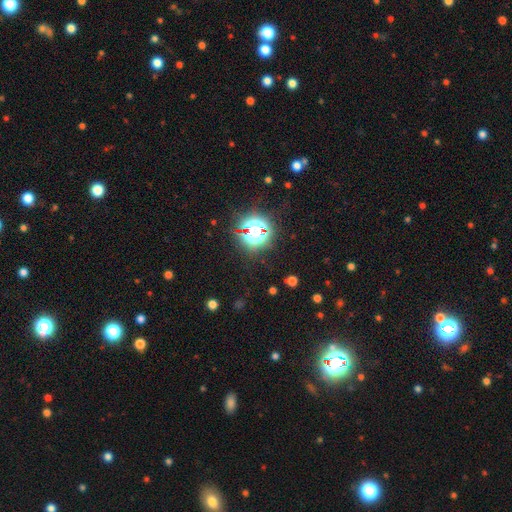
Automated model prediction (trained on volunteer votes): Overall: star or artifact (82%).